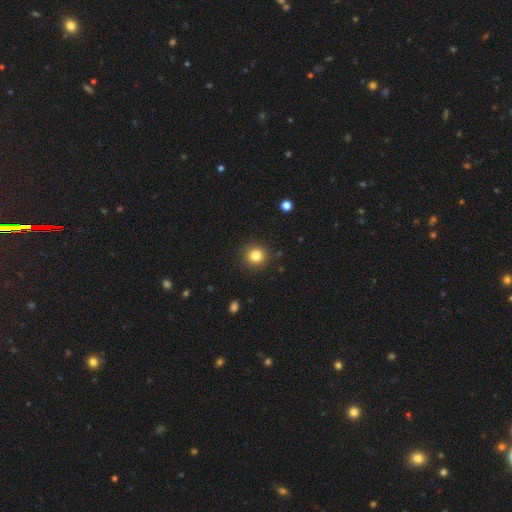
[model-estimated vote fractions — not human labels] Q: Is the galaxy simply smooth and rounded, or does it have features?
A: smooth — 83%.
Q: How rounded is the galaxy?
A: round — 88%.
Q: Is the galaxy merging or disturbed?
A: none — 89%.